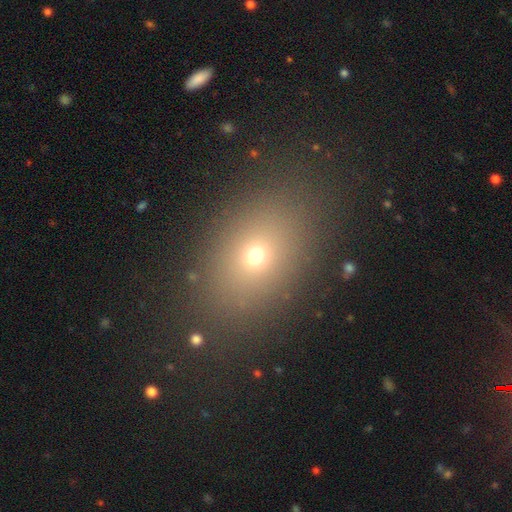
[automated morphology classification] smooth-or-featured: smooth: 67% | star or artifact: 20% | featured or disk: 13%
  how-rounded: in between: 69% | round: 29% | cigar-shaped: 2%
  merging: none: 83% | minor disturbance: 10% | major disturbance: 5% | merger: 2%